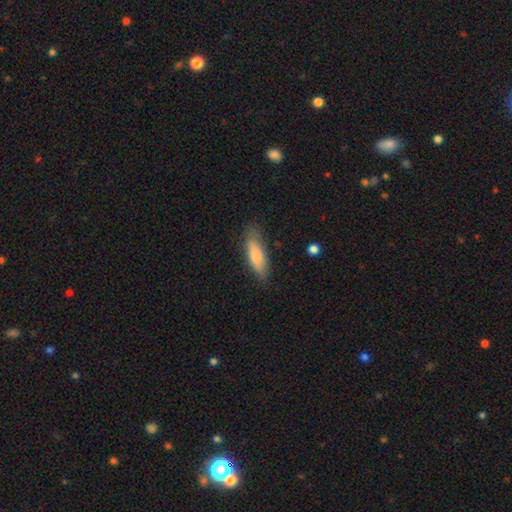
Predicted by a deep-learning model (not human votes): This is likely a smooth galaxy (75%). How rounded: possibly cigar-shaped (53%). Merging: likely none (79%).